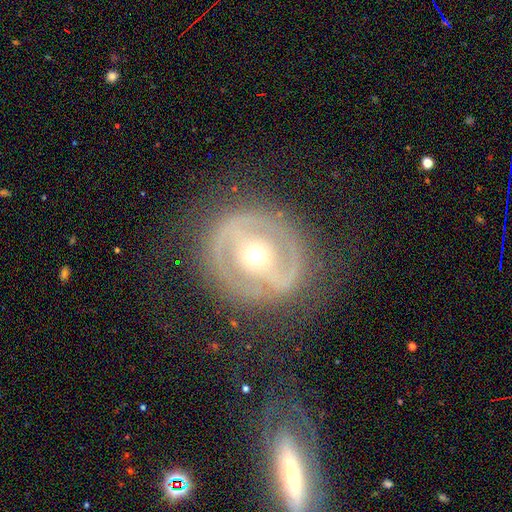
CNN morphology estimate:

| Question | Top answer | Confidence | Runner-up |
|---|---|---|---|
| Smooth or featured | featured or disk | 75% | smooth (19%) |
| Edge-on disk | no | 95% | yes (5%) |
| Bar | no | 46% | strong (28%) |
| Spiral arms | no | 51% | yes (49%) |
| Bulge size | small | 53% | moderate (43%) |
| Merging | none | 73% | minor disturbance (14%) |